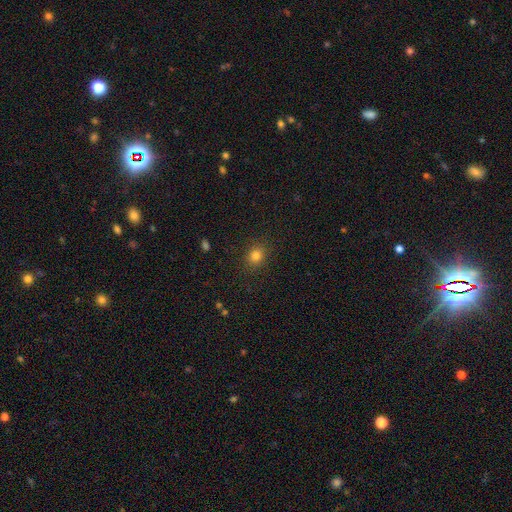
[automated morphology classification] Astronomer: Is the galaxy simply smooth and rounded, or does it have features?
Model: smooth — 81%.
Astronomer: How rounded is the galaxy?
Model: round — 63%.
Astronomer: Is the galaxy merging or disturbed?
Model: none — 88%.